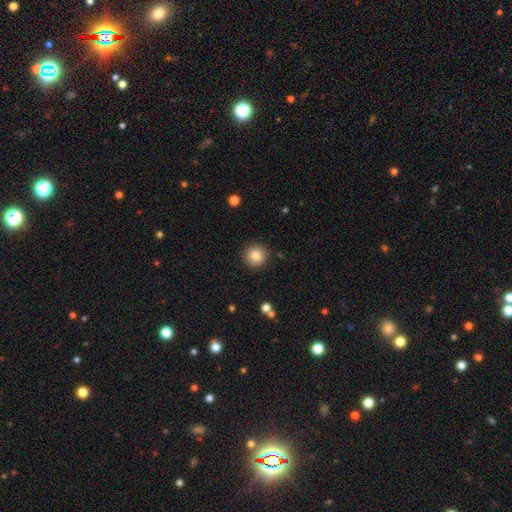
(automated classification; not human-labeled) Smooth or featured?
  - smooth: 82% *
  - star or artifact: 10%
  - featured or disk: 7%
How rounded?
  - round: 95% *
  - in between: 4%
  - cigar-shaped: 1%
Merging?
  - none: 90% *
  - minor disturbance: 7%
  - major disturbance: 2%
  - merger: 2%